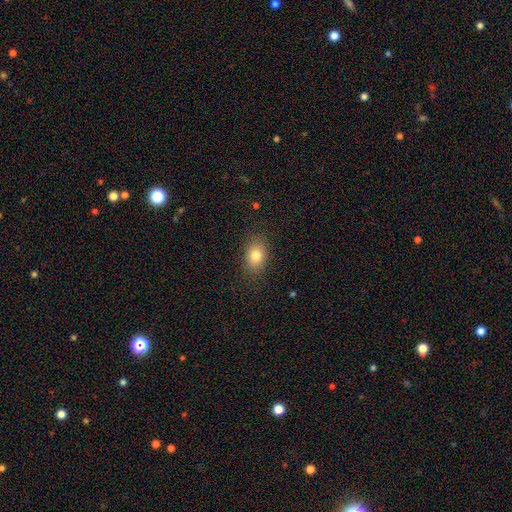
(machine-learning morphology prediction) Smooth or featured: smooth — 80% (featured or disk — 11%)
How rounded: in between — 80% (round — 19%)
Merging: none — 85% (minor disturbance — 11%)